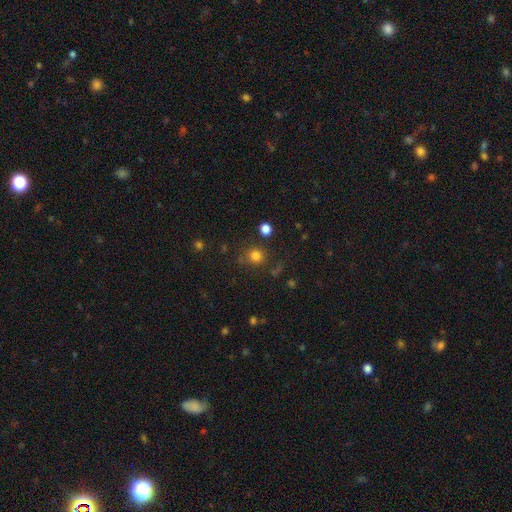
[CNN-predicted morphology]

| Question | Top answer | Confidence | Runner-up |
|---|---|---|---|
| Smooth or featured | smooth | 79% | star or artifact (15%) |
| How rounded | round | 87% | in between (12%) |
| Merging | none | 76% | minor disturbance (12%) |